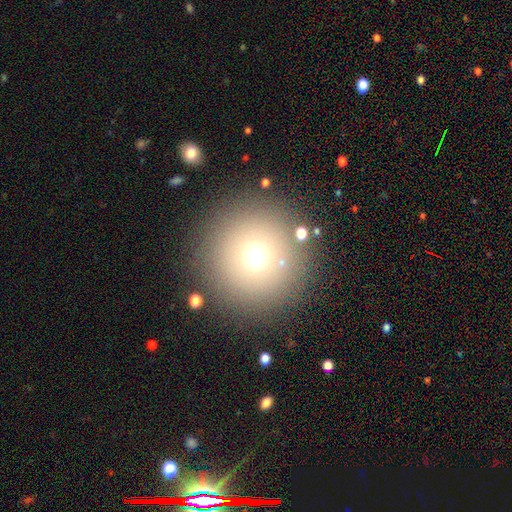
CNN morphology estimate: Smooth or featured?
  - smooth: 68% *
  - star or artifact: 20%
  - featured or disk: 12%
How rounded?
  - round: 96% *
  - in between: 3%
  - cigar-shaped: 1%
Merging?
  - none: 87% *
  - minor disturbance: 6%
  - major disturbance: 3%
  - merger: 3%